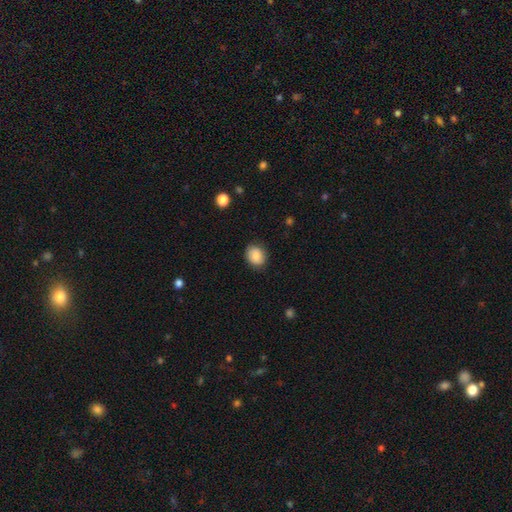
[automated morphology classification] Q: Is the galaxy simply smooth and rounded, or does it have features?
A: smooth — 85%.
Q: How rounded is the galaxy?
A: round — 59%.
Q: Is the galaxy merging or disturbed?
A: none — 81%.